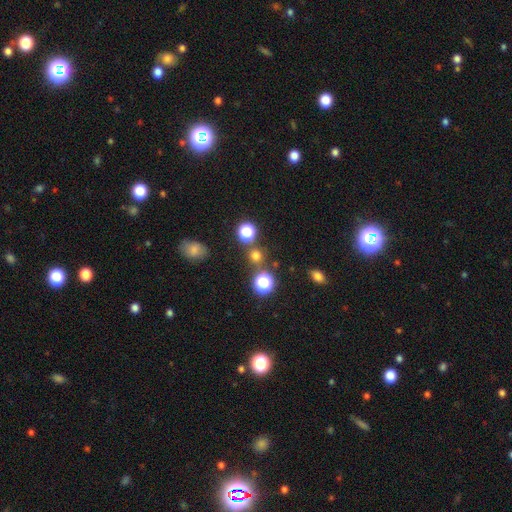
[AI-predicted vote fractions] The model was most divided on "smooth or featured": smooth: 66%, star or artifact: 27%, featured or disk: 6%. More confident: how rounded — round (89%); merging — none (76%).